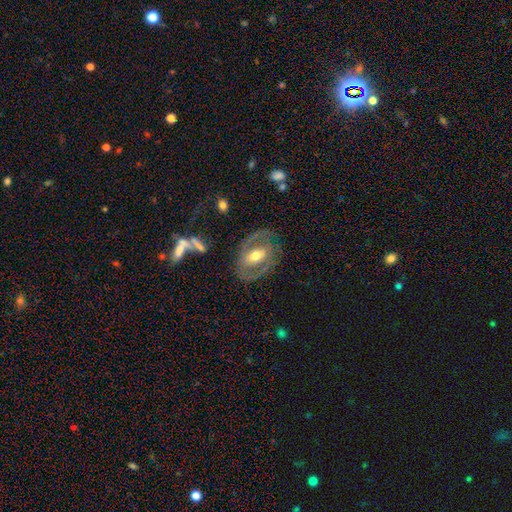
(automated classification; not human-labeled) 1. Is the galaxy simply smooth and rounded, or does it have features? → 76% featured or disk, 18% smooth, 6% star or artifact.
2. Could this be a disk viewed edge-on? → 95% no, 5% yes.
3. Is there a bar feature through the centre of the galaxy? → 38% weak, 35% strong, 27% no.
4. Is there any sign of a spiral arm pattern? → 72% yes, 28% no.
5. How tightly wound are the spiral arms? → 46% medium, 37% tight, 17% loose.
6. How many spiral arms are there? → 80% 2, 11% can't tell, 5% 1, 2% 3, 1% 4, 1% more than 4.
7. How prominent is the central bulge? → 70% moderate, 18% small, 9% large, 1% dominant, 1% none.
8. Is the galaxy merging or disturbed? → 75% none, 15% minor disturbance, 9% major disturbance, 2% merger.